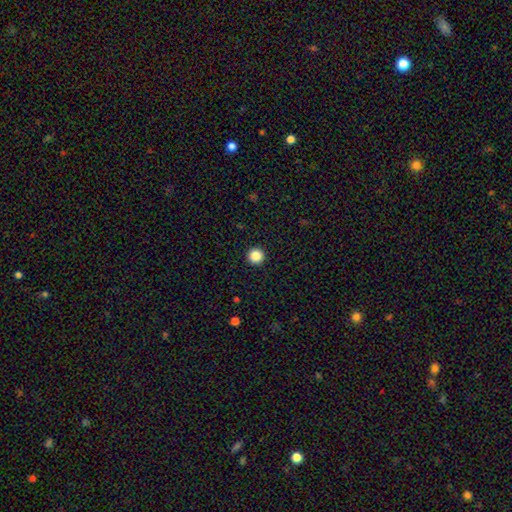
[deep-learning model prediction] This appears to be a smooth galaxy with no disk features (87%) that is round (97%). Merging: none (94%).